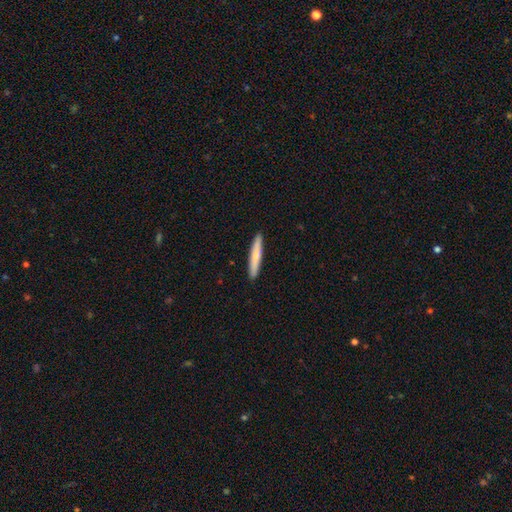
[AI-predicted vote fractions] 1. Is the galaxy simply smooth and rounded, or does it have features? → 68% smooth, 26% featured or disk, 5% star or artifact.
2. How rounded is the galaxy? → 93% cigar-shaped, 6% in between, 1% round.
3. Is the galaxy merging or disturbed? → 91% none, 6% minor disturbance, 1% major disturbance, 1% merger.